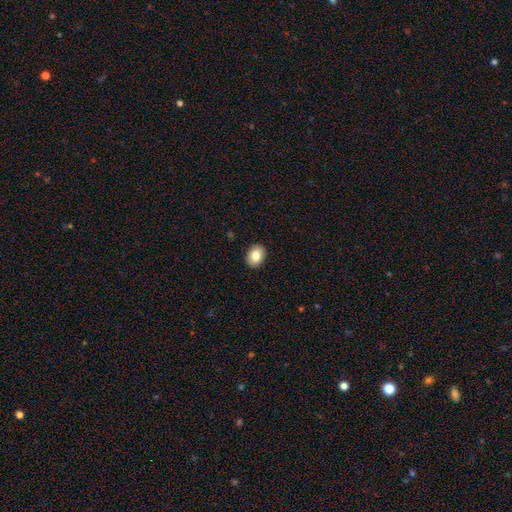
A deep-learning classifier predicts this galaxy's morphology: Smooth or featured: smooth — 85% (star or artifact — 8%)
How rounded: in between — 67% (round — 32%)
Merging: none — 91% (minor disturbance — 7%)